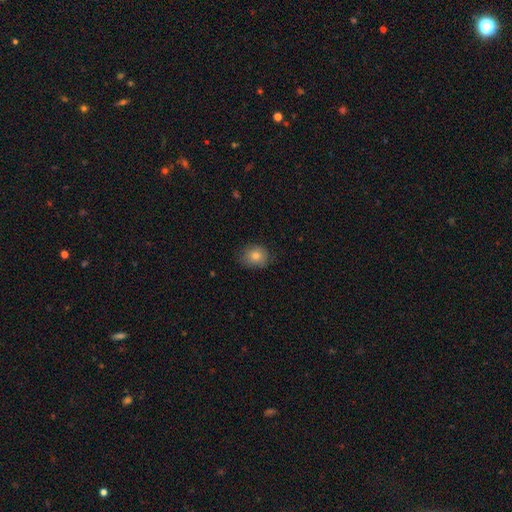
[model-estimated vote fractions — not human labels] Smooth or featured? smooth (79%)
How rounded? round (68%)
Merging? none (80%)